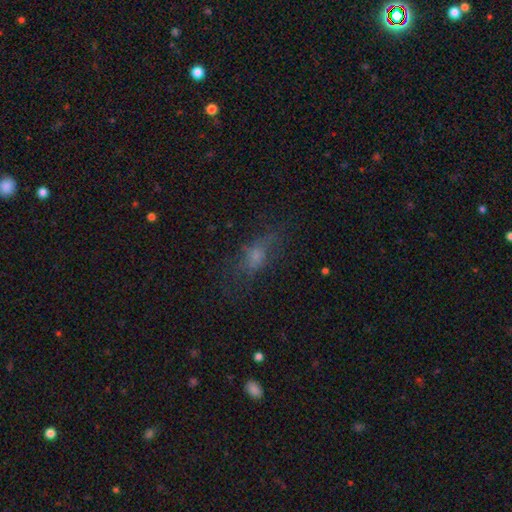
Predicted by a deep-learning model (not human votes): smooth-or-featured: smooth: 50% | featured or disk: 28% | star or artifact: 23%
  merging: none: 65% | minor disturbance: 20% | major disturbance: 13% | merger: 2%